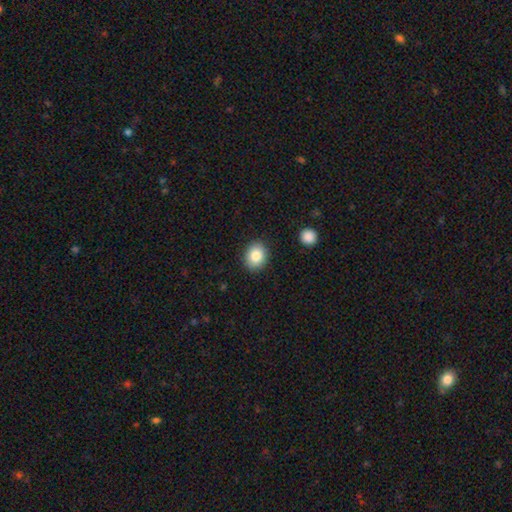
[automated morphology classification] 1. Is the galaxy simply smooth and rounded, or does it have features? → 84% smooth, 9% star or artifact, 8% featured or disk.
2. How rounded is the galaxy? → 54% round, 45% in between, 1% cigar-shaped.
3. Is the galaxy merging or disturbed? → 88% none, 8% minor disturbance, 2% major disturbance, 1% merger.